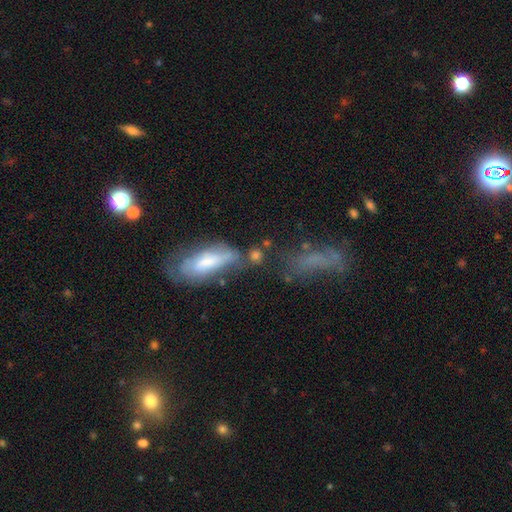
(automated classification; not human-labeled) Smooth or featured: smooth — 66% (featured or disk — 22%)
How rounded: in between — 49% (cigar-shaped — 32%)
Merging: none — 46% (merger — 20%)